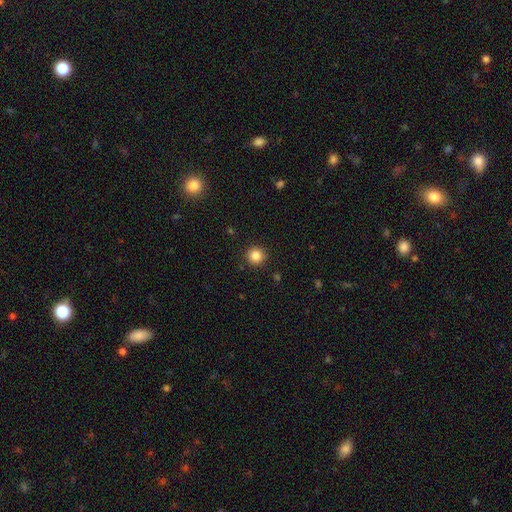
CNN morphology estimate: This is clearly a smooth galaxy (85%). How rounded: clearly round (95%). Merging: clearly none (91%).